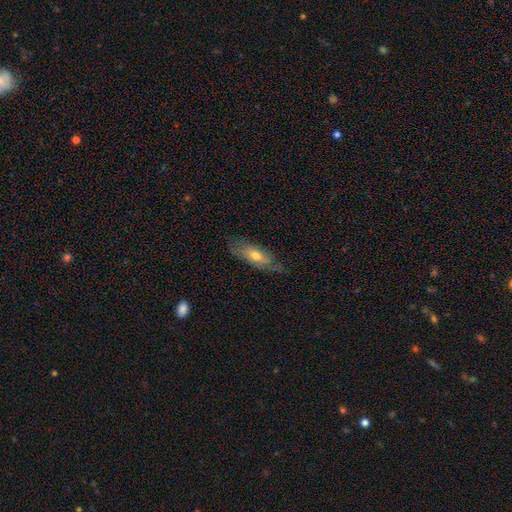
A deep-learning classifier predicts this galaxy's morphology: type=smooth (54%); roundness=in between (67%); merging=none (69%).